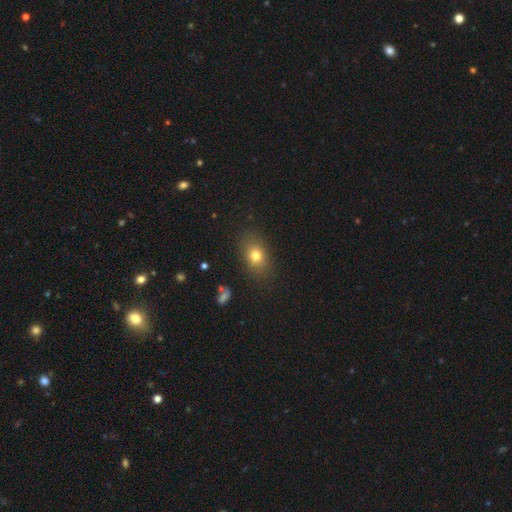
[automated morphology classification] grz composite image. It shows a smooth galaxy with no disk features (76%) that is in between round and cigar-shaped (71%). Merging: none (84%).